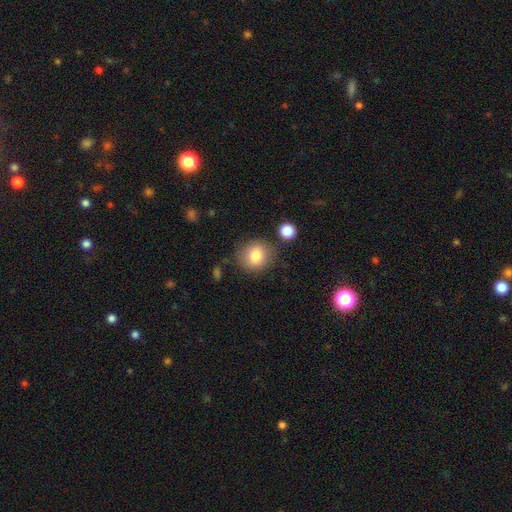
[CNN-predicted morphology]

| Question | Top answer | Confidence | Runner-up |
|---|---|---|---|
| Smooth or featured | smooth | 82% | star or artifact (10%) |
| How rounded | round | 86% | in between (14%) |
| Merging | none | 78% | minor disturbance (13%) |